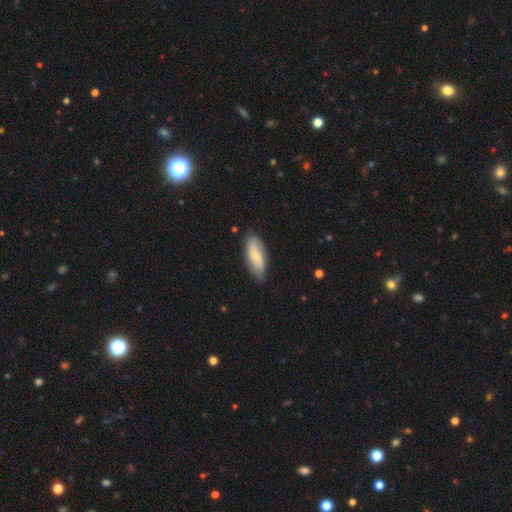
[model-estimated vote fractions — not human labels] This appears to be a smooth galaxy with no disk features (54%) that is in between round and cigar-shaped (73%). Merging: none (80%).